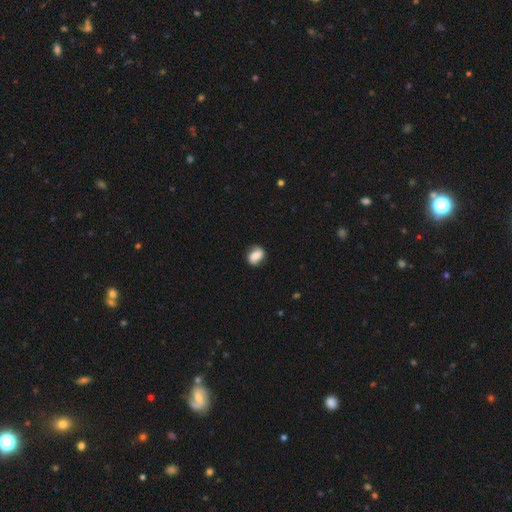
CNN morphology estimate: smooth_or_featured: smooth (p=0.63) [alt: featured or disk p=0.28]
how_rounded: in between (p=0.66) [alt: round p=0.32]
merging: none (p=0.78) [alt: minor disturbance p=0.16]